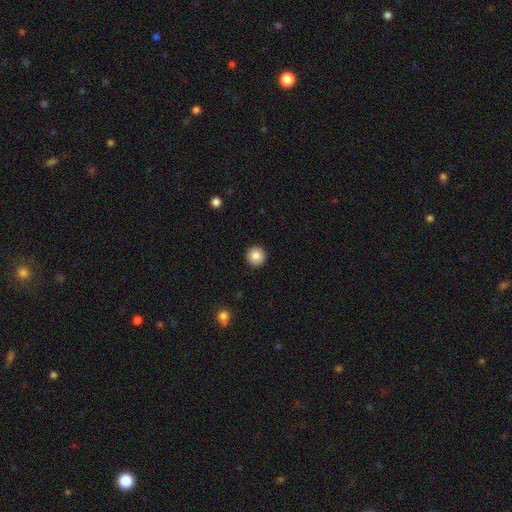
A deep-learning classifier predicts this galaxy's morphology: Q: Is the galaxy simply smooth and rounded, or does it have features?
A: smooth — 86%.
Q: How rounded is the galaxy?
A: round — 96%.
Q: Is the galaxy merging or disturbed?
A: none — 92%.